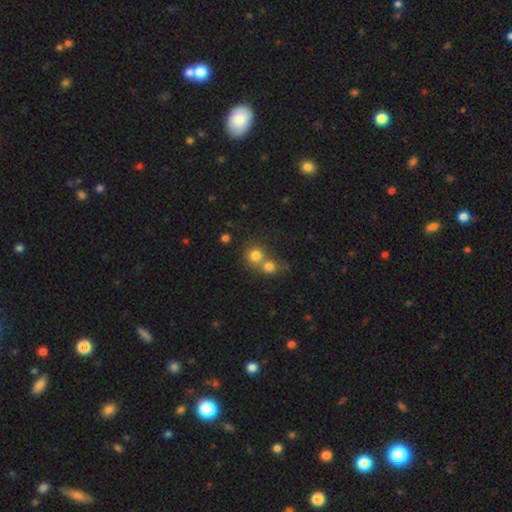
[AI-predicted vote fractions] Smooth or featured? smooth (77%)
How rounded? round (86%)
Merging? merger (55%)